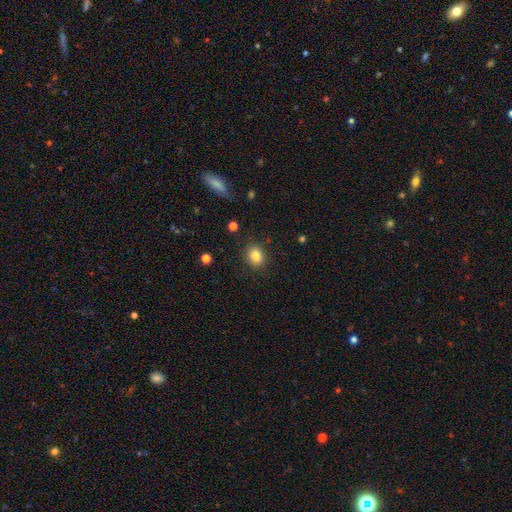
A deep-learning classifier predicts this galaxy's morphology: This is clearly a smooth galaxy (83%). How rounded: possibly round (59%). Merging: clearly none (88%).